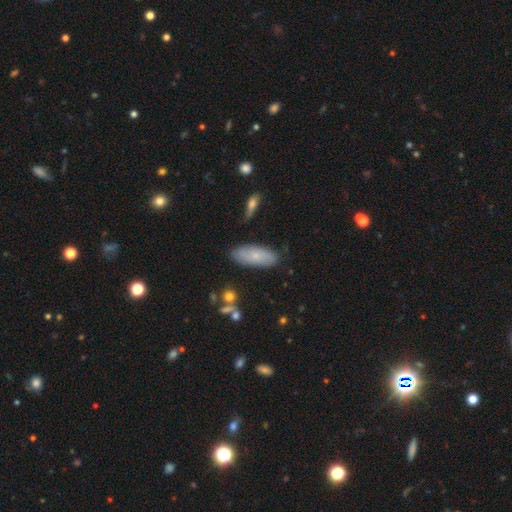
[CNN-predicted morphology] The model was most divided on "smooth or featured": smooth: 68%, featured or disk: 24%, star or artifact: 8%. More confident: how rounded — in between (81%); merging — none (80%).